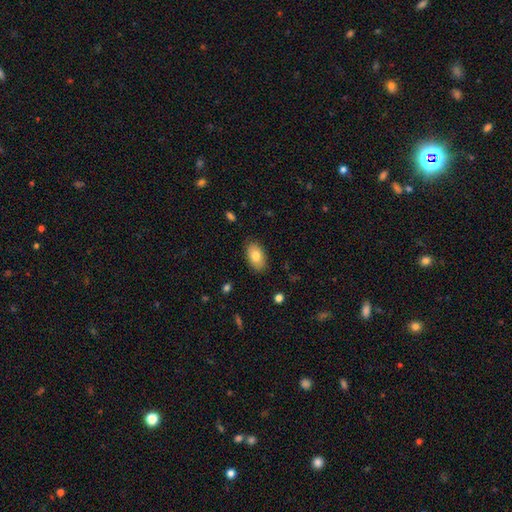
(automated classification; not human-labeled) Smooth or featured? Predicted: smooth (p=0.79). How rounded? Predicted: in between (p=0.92). Merging? Predicted: none (p=0.85).